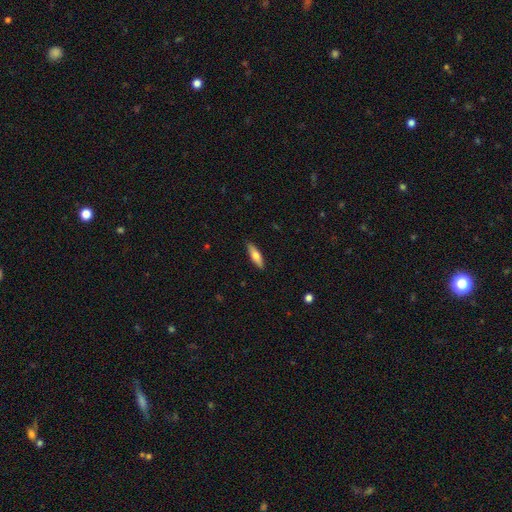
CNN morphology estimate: smooth 60%, featured or disk 34%, star or artifact 6%. Down the decision tree: how rounded — cigar-shaped (61%); merging — none (90%).